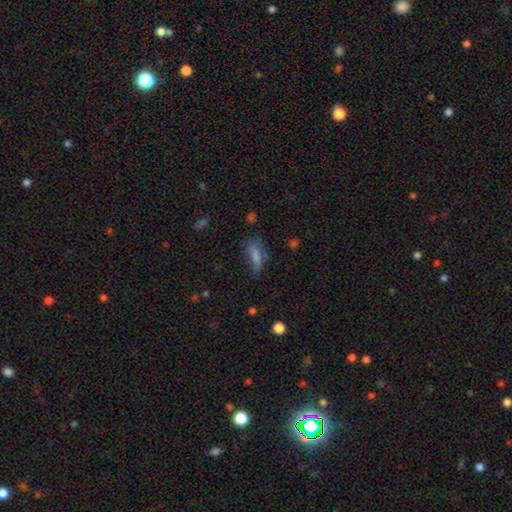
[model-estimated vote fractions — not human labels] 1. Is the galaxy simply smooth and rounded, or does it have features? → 72% smooth, 17% featured or disk, 11% star or artifact.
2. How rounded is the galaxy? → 60% in between, 37% cigar-shaped, 3% round.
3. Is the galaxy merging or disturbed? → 45% none, 30% minor disturbance, 20% major disturbance, 5% merger.